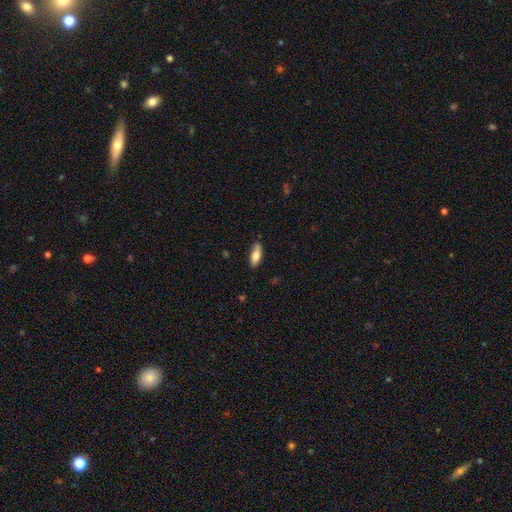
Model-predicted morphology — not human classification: Smooth or featured? Predicted: smooth (p=0.78). How rounded? Predicted: in between (p=0.71). Merging? Predicted: none (p=0.83).